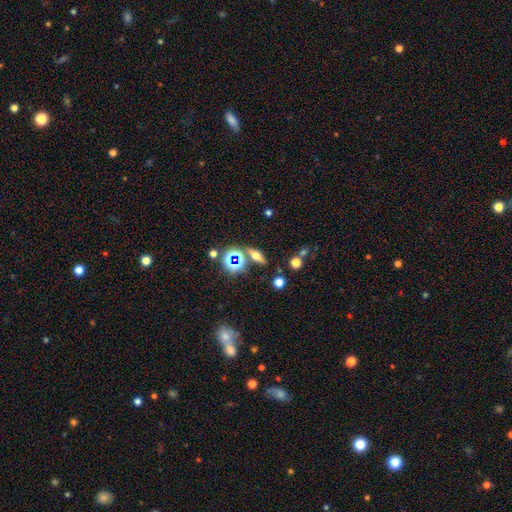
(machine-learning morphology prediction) The model was most divided on "smooth or featured": smooth: 40%, featured or disk: 36%, star or artifact: 24%. More confident: merging — none (77%).